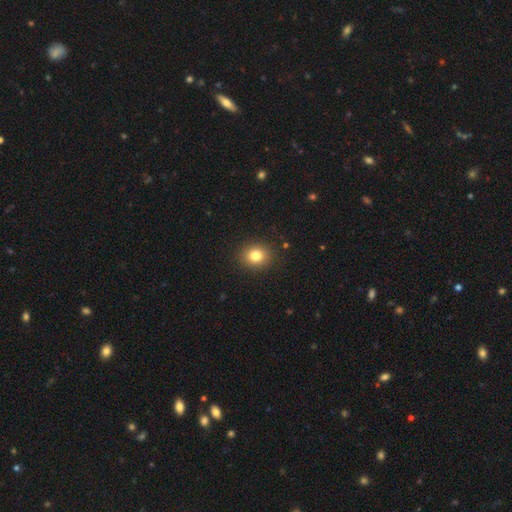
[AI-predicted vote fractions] This is clearly a smooth galaxy (82%). How rounded: likely round (72%). Merging: clearly none (90%).